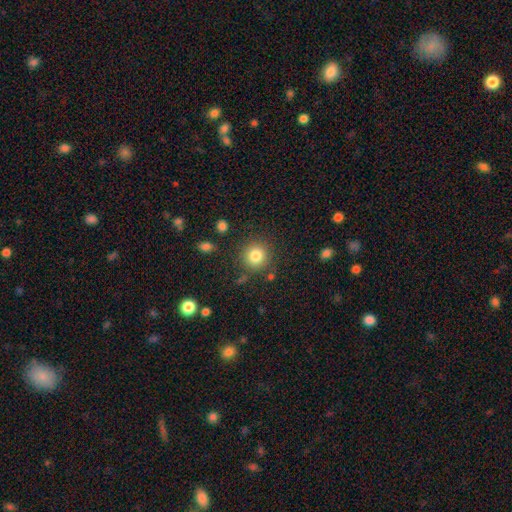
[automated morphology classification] Smooth or featured?
  - smooth: 83% *
  - star or artifact: 11%
  - featured or disk: 6%
How rounded?
  - round: 93% *
  - in between: 6%
  - cigar-shaped: 1%
Merging?
  - none: 86% *
  - minor disturbance: 8%
  - merger: 3%
  - major disturbance: 3%